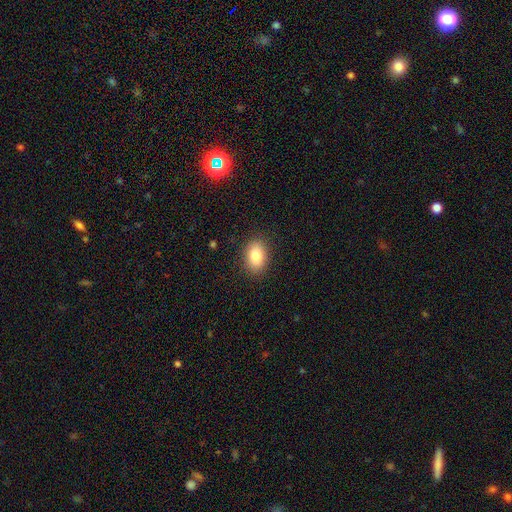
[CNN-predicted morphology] Smooth or featured? Predicted: smooth (p=0.83). How rounded? Predicted: in between (p=0.83). Merging? Predicted: none (p=0.88).